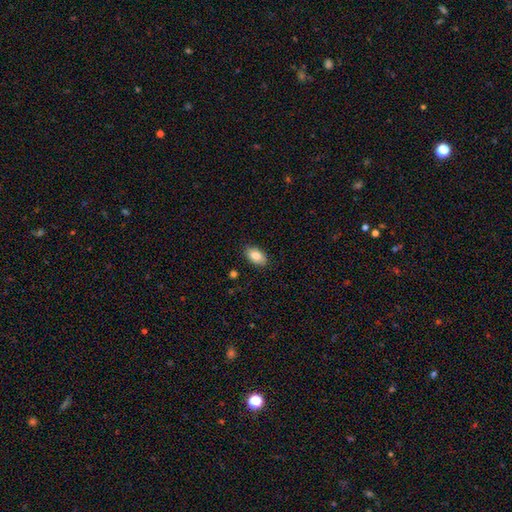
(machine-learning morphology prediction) This is clearly a smooth galaxy (82%). How rounded: clearly in between (93%). Merging: clearly none (88%).